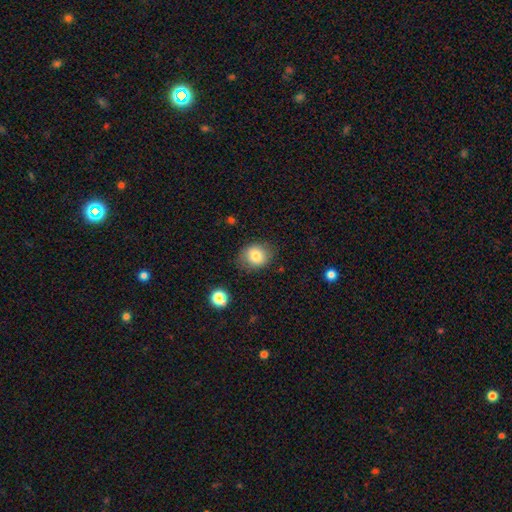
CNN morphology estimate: Q: Smooth or featured?
A: smooth (80%); runner-up: featured or disk (10%)
Q: How rounded?
A: round (66%); runner-up: in between (33%)
Q: Merging?
A: none (76%); runner-up: minor disturbance (17%)